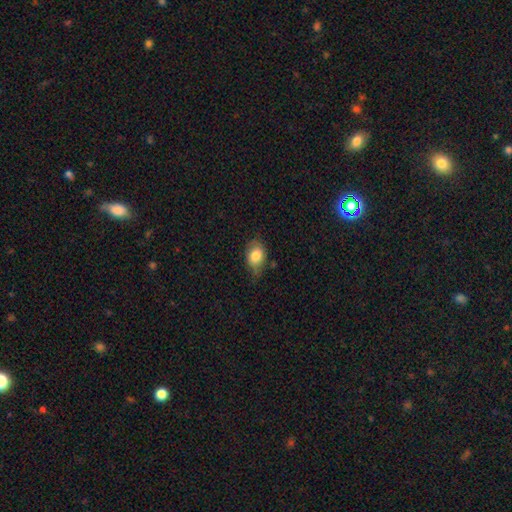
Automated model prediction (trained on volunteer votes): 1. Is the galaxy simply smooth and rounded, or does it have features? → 80% smooth, 12% featured or disk, 8% star or artifact.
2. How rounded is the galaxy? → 73% in between, 26% round, 2% cigar-shaped.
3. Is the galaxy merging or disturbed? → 52% none, 37% minor disturbance, 9% major disturbance, 2% merger.